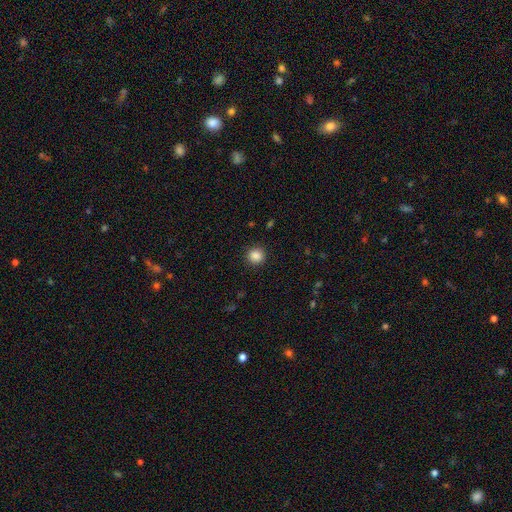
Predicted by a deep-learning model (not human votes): This appears to be a smooth galaxy with no disk features (87%) that is round (92%). Merging: none (91%).